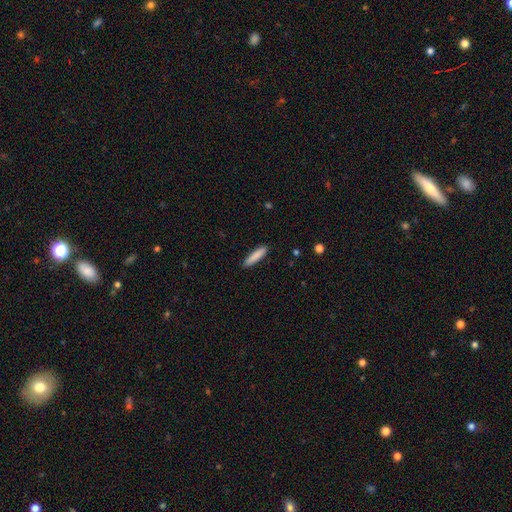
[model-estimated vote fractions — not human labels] Smooth or featured? smooth (86%)
How rounded? cigar-shaped (84%)
Merging? none (89%)